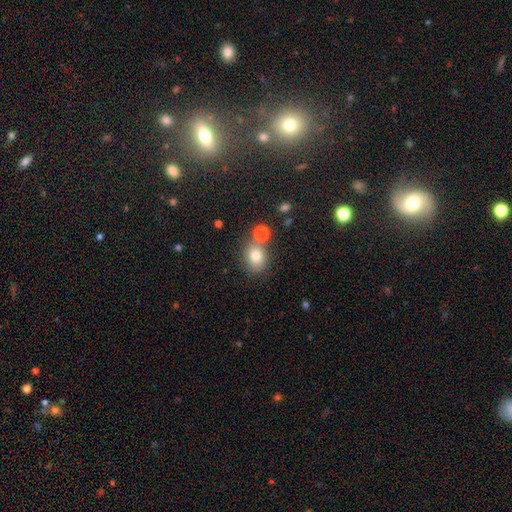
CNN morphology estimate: smooth 78%, star or artifact 12%, featured or disk 10%. Down the decision tree: how rounded — round (52%); merging — none (66%).